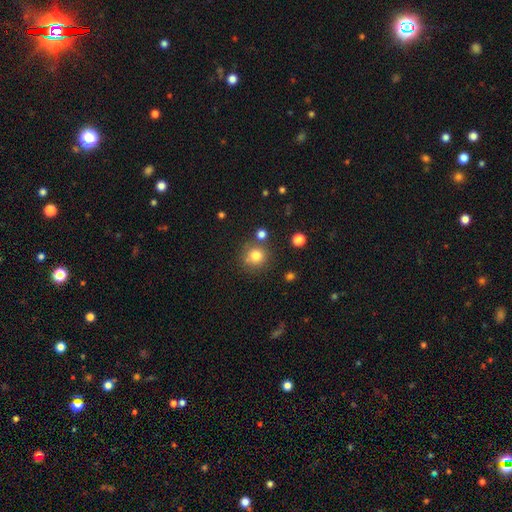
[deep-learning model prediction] smooth_or_featured: smooth (p=0.80) [alt: star or artifact p=0.13]
how_rounded: round (p=0.92) [alt: in between p=0.07]
merging: none (p=0.78) [alt: minor disturbance p=0.10]